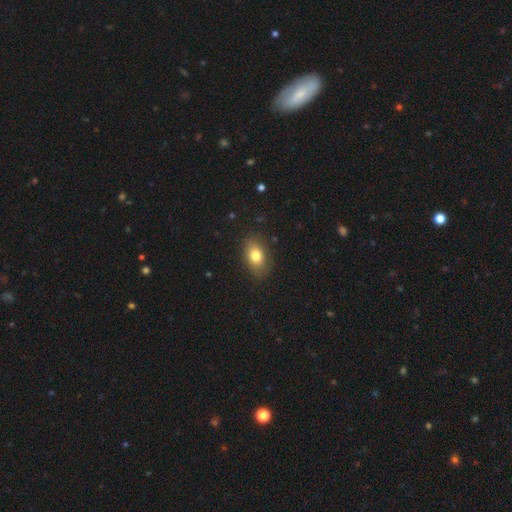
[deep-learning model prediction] smooth 79%, featured or disk 13%, star or artifact 9%. Down the decision tree: how rounded — in between (84%); merging — none (84%).